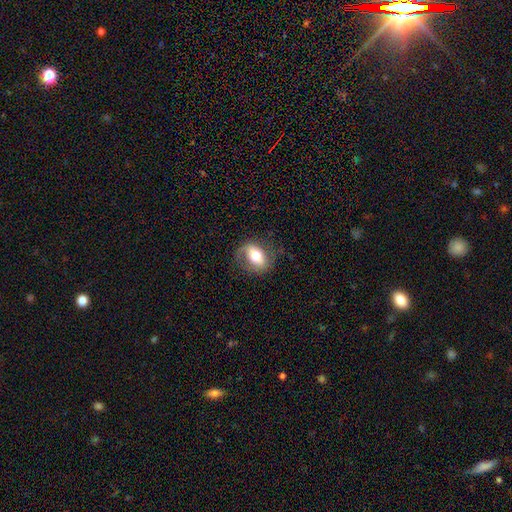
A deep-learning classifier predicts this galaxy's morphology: smooth_or_featured: smooth (p=0.52) [alt: featured or disk p=0.40]
how_rounded: in between (p=0.73) [alt: round p=0.24]
merging: none (p=0.67) [alt: minor disturbance p=0.21]